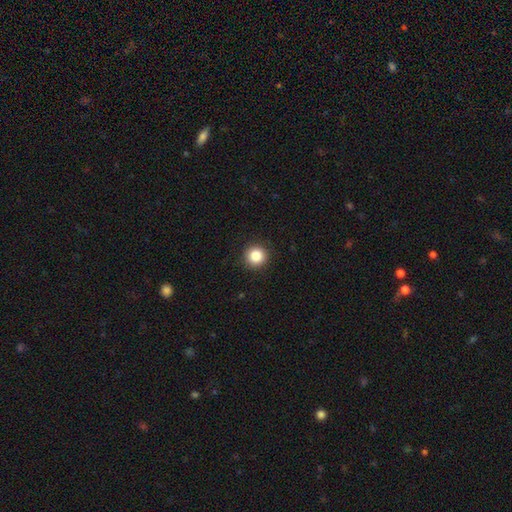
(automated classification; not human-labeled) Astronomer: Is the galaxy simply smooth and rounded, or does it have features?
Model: smooth — 86%.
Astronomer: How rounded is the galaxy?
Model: round — 96%.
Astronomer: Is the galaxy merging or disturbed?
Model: none — 93%.